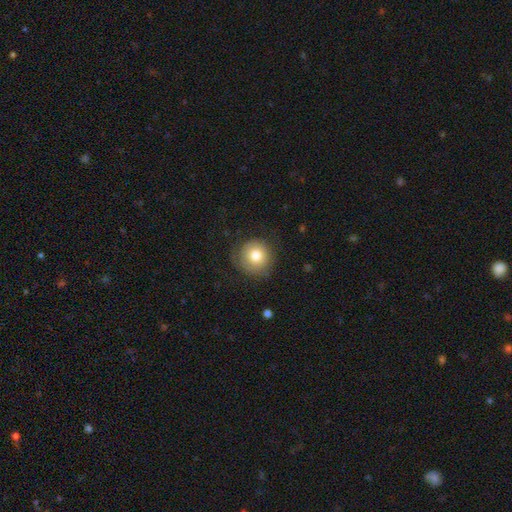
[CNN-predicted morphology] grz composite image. It shows a smooth galaxy with no disk features (78%) that is round (92%). Merging: none (77%).